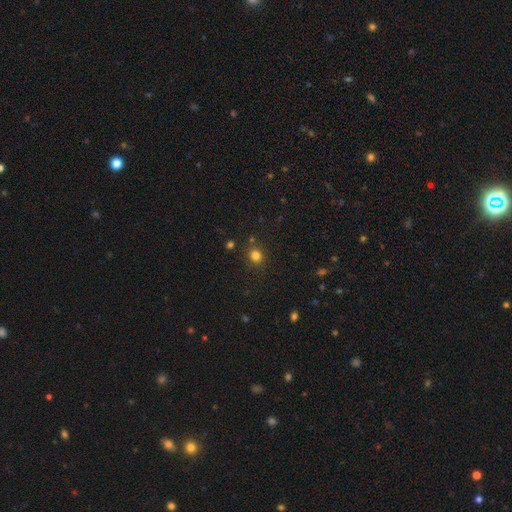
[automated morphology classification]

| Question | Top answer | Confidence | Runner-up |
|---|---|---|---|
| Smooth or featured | smooth | 79% | star or artifact (16%) |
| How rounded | round | 77% | in between (22%) |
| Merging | none | 83% | minor disturbance (10%) |